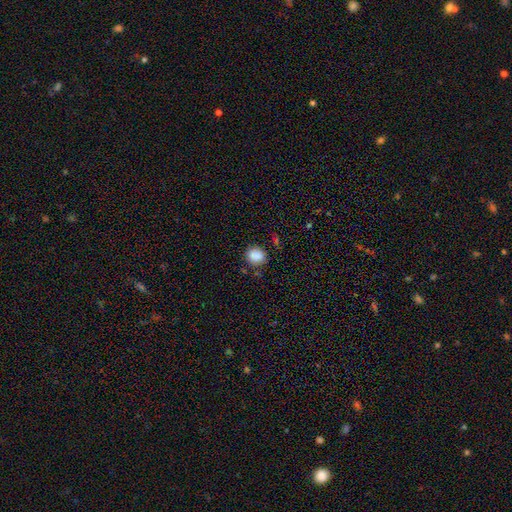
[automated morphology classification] This is clearly a smooth galaxy (87%). How rounded: likely round (73%). Merging: likely none (78%).